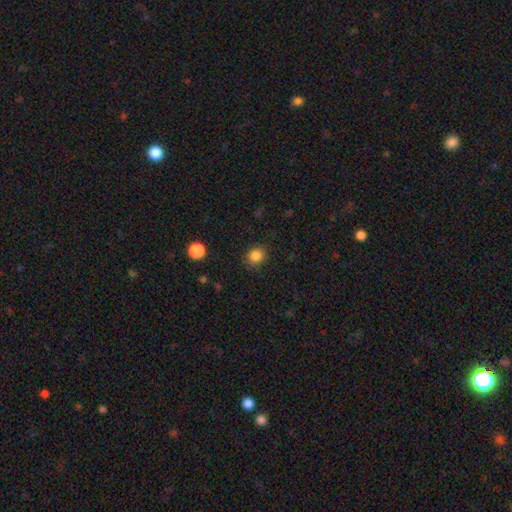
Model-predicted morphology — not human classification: Overall: smooth (84%). How rounded: round (77%). Merging: none (85%).